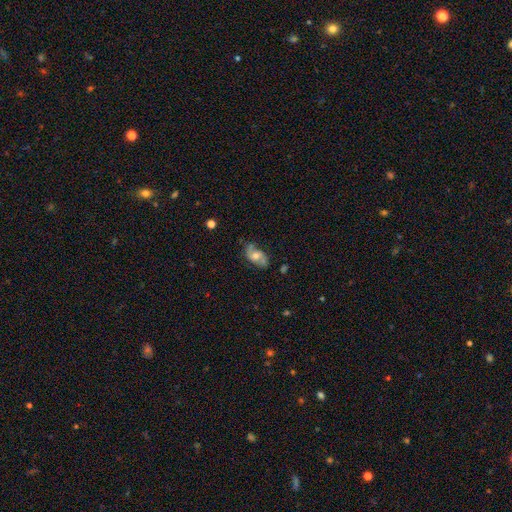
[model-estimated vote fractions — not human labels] smooth_or_featured: featured or disk (p=0.66) [alt: smooth p=0.26]
disk_edge_on: no (p=0.94) [alt: yes p=0.06]
bar: no (p=0.63) [alt: weak p=0.31]
has_spiral_arms: yes (p=0.88) [alt: no p=0.12]
spiral_winding: loose (p=0.43) [alt: medium p=0.40]
spiral_arm_count: 2 (p=0.85) [alt: can't tell p=0.08]
bulge_size: moderate (p=0.66) [alt: small p=0.22]
merging: none (p=0.70) [alt: minor disturbance p=0.21]